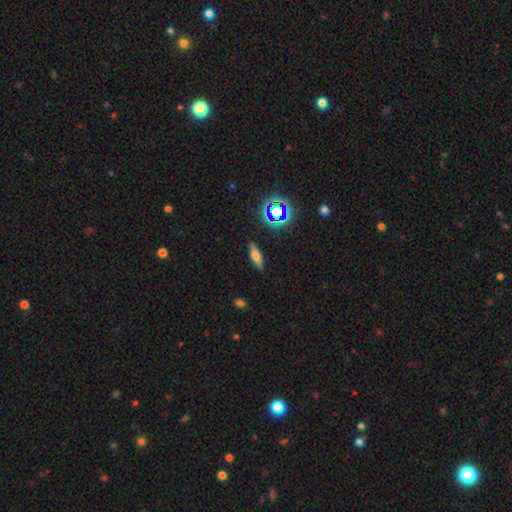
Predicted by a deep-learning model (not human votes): Morphology: type=smooth (55%); roundness=cigar-shaped (56%); merging=none (86%).